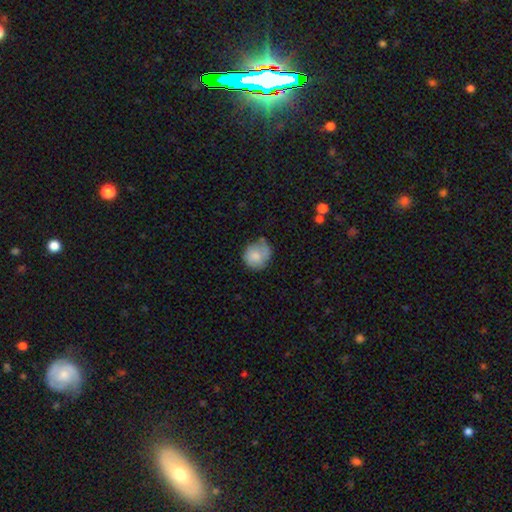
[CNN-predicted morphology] A smooth galaxy with no disk features (77%) that is round (81%). Merging: none (56%).